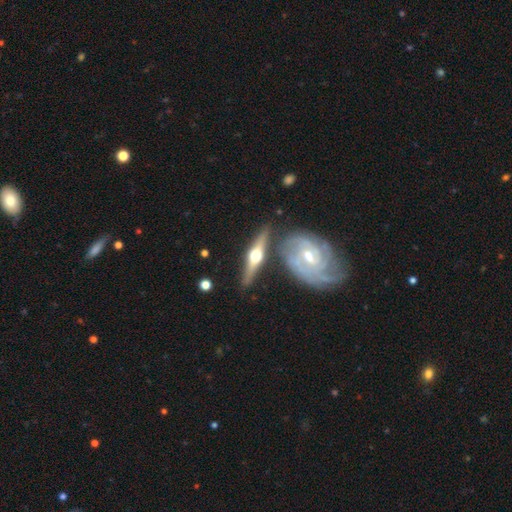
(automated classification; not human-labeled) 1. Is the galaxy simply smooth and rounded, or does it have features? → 78% featured or disk, 18% smooth, 4% star or artifact.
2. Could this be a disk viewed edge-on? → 93% yes, 7% no.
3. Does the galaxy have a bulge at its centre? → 96% rounded, 3% boxy, 2% none.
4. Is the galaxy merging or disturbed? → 75% none, 12% minor disturbance, 9% merger, 4% major disturbance.